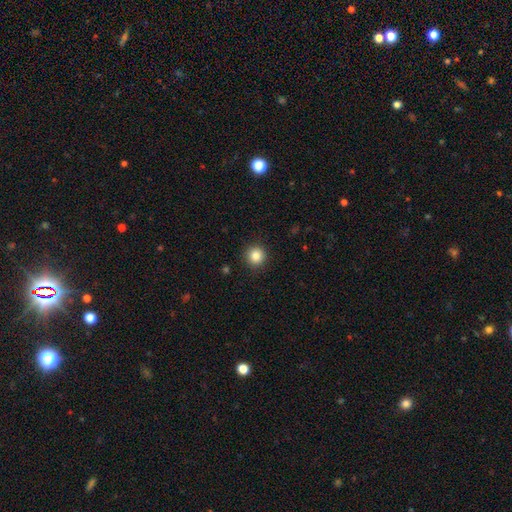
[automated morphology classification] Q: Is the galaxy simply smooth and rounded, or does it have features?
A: smooth — 85%.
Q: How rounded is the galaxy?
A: round — 95%.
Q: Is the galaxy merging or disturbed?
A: none — 92%.